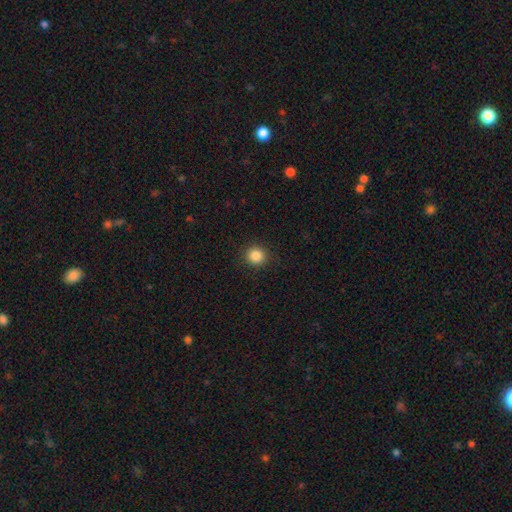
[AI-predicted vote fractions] Q: Smooth or featured?
A: smooth (85%); runner-up: star or artifact (11%)
Q: How rounded?
A: round (93%); runner-up: in between (6%)
Q: Merging?
A: none (92%); runner-up: minor disturbance (5%)